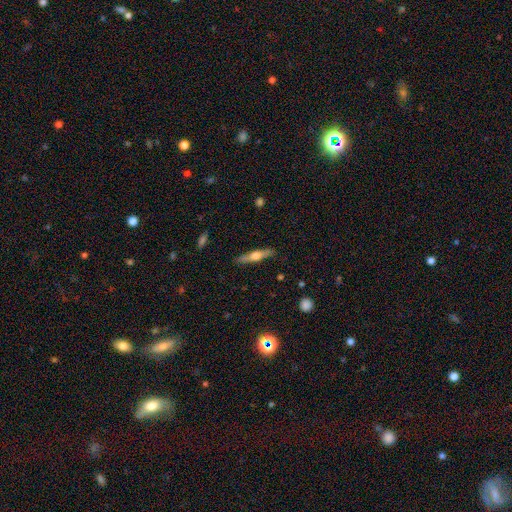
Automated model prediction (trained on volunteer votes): Smooth or featured? featured or disk (59%)
Edge-on disk? yes (95%)
Edge-on bulge? rounded (85%)
Merging? none (87%)